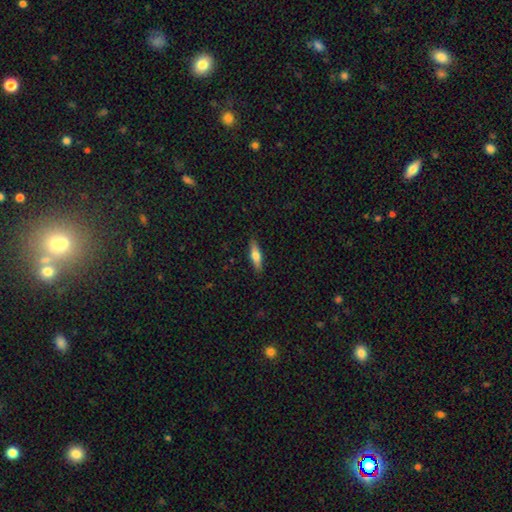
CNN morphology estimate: Smooth or featured? smooth (61%)
How rounded? cigar-shaped (61%)
Merging? none (88%)